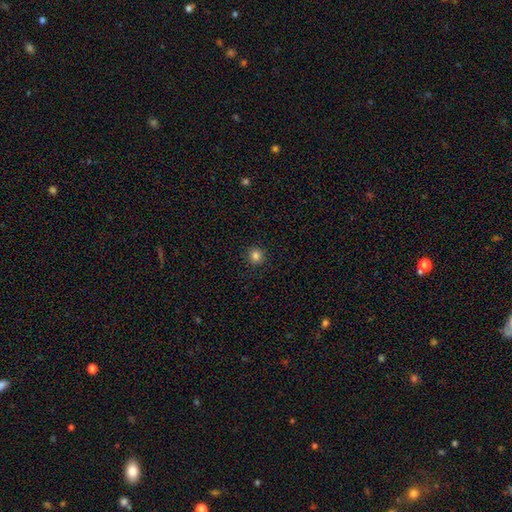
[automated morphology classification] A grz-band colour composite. It shows a smooth galaxy with no disk features (83%) that is round (94%). Merging: none (92%).